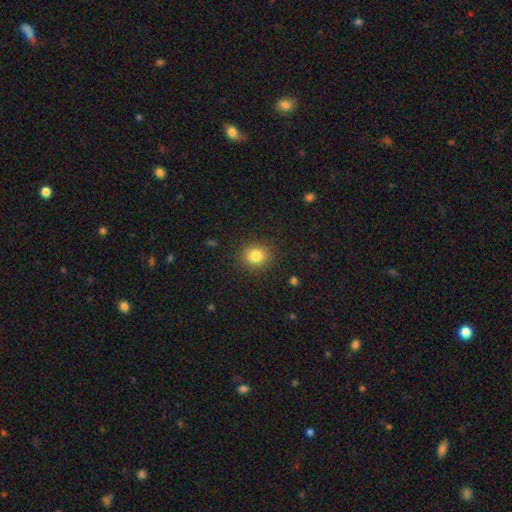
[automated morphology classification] Smooth or featured? Predicted: smooth (p=0.82). How rounded? Predicted: round (p=0.78). Merging? Predicted: none (p=0.89).